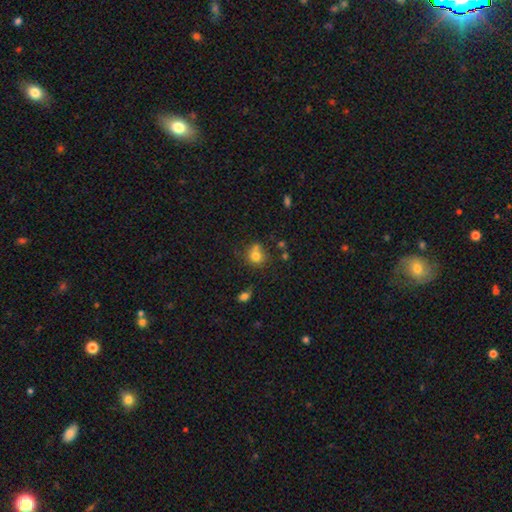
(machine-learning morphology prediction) A smooth galaxy with no disk features (77%) that is round (80%).

Vote fractions:
- Smooth or featured? smooth: 77% / star or artifact: 13% / featured or disk: 10%
- How rounded? round: 80% / in between: 19% / cigar-shaped: 1%
- Merging? none: 55% / merger: 23% / minor disturbance: 16% / major disturbance: 6%